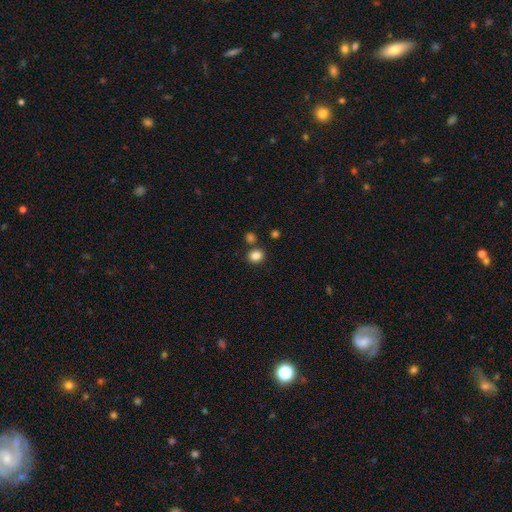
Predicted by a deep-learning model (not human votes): Smooth or featured?
  - smooth: 85% *
  - star or artifact: 11%
  - featured or disk: 4%
How rounded?
  - round: 65% *
  - in between: 34%
  - cigar-shaped: 1%
Merging?
  - none: 77% *
  - merger: 10%
  - minor disturbance: 9%
  - major disturbance: 3%